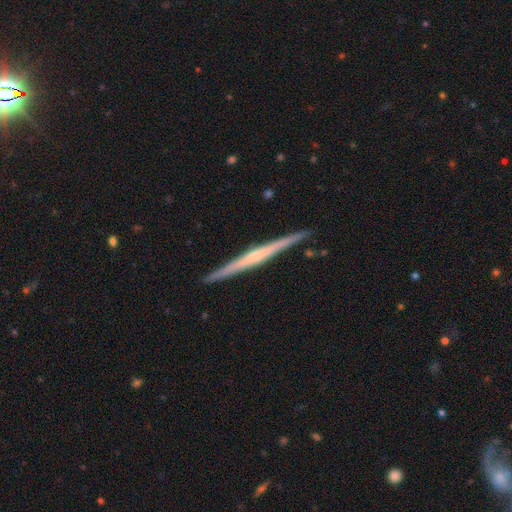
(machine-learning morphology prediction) A featured or disk galaxy (75%) viewed edge-on (98%) with a rounded central bulge (49%).

Vote fractions:
- Smooth or featured? featured or disk: 75% / smooth: 21% / star or artifact: 5%
- Edge-on disk? yes: 98% / no: 2%
- Edge-on bulge? rounded: 49% / none: 41% / boxy: 10%
- Merging? none: 92% / minor disturbance: 6% / major disturbance: 1% / merger: 1%